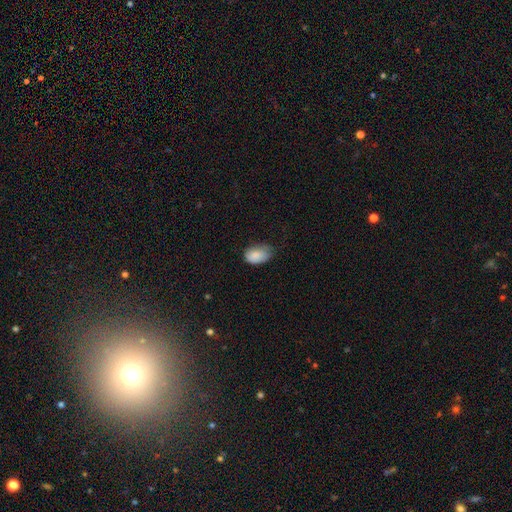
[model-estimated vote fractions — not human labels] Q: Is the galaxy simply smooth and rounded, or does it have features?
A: smooth — 86%.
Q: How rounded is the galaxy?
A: in between — 87%.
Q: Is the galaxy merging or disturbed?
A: none — 45%.